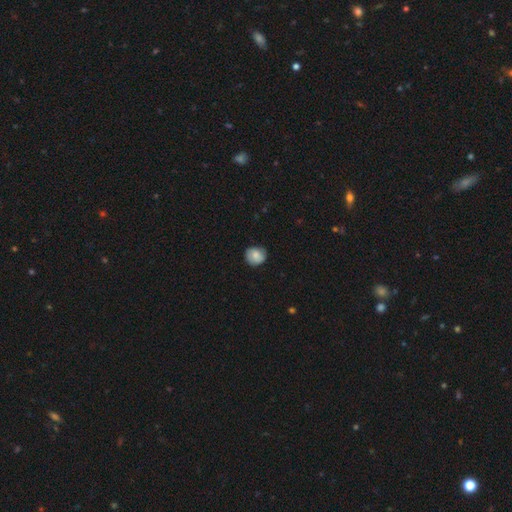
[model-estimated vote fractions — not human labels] A smooth galaxy with no disk features (72%) that is round (83%). Merging: none (78%).